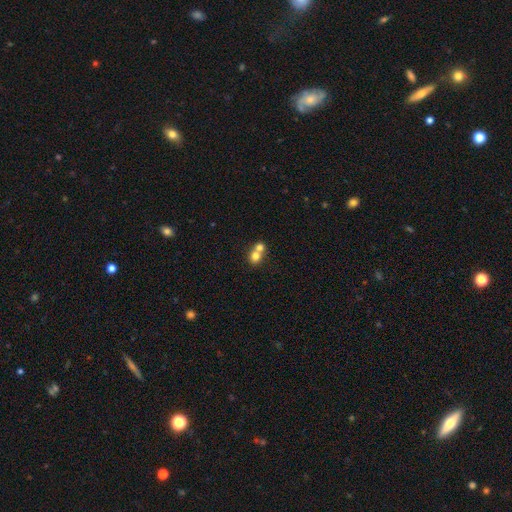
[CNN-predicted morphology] Q: Smooth or featured?
A: smooth (75%); runner-up: featured or disk (14%)
Q: How rounded?
A: round (75%); runner-up: in between (24%)
Q: Merging?
A: merger (64%); runner-up: none (29%)